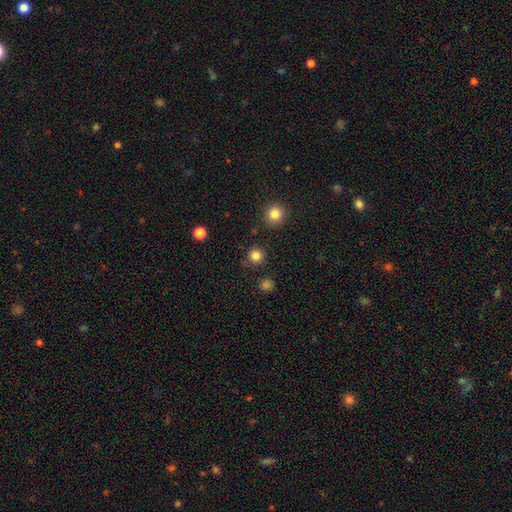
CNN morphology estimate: This appears to be a smooth galaxy with no disk features (83%) that is round (95%). Merging: none (89%).